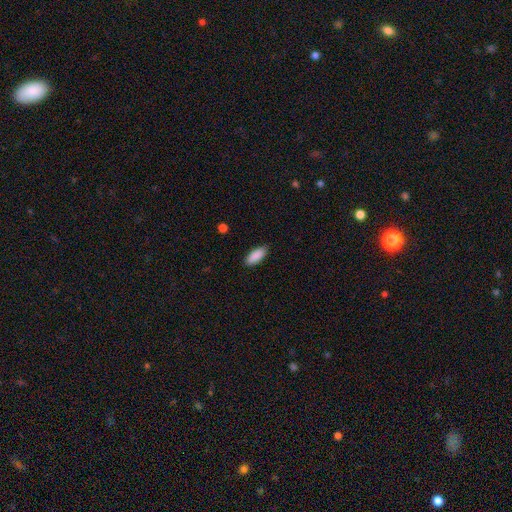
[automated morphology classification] Smooth or featured? Predicted: smooth (p=0.90). How rounded? Predicted: in between (p=0.80). Merging? Predicted: none (p=0.87).